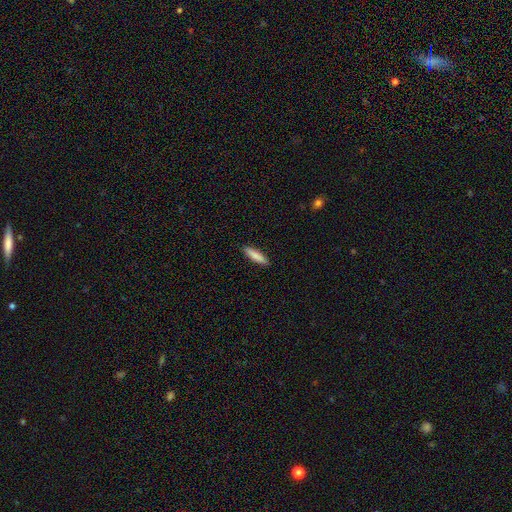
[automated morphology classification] Smooth or featured? smooth (85%)
How rounded? cigar-shaped (79%)
Merging? none (91%)